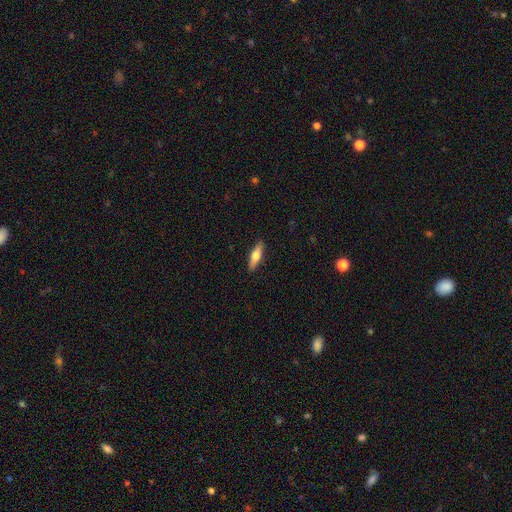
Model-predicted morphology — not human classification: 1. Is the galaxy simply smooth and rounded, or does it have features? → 56% smooth, 39% featured or disk, 6% star or artifact.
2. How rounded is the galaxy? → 61% cigar-shaped, 36% in between, 2% round.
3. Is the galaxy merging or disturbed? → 90% none, 7% minor disturbance, 2% major disturbance, 1% merger.